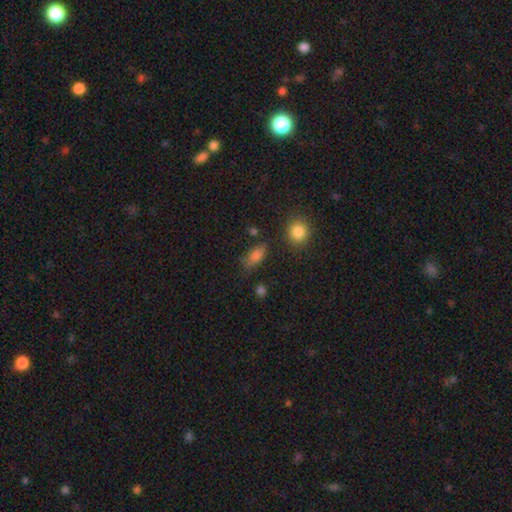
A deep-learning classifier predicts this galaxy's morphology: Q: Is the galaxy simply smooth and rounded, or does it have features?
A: smooth — 80%.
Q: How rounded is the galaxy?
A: in between — 80%.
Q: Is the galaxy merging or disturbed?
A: none — 68%.